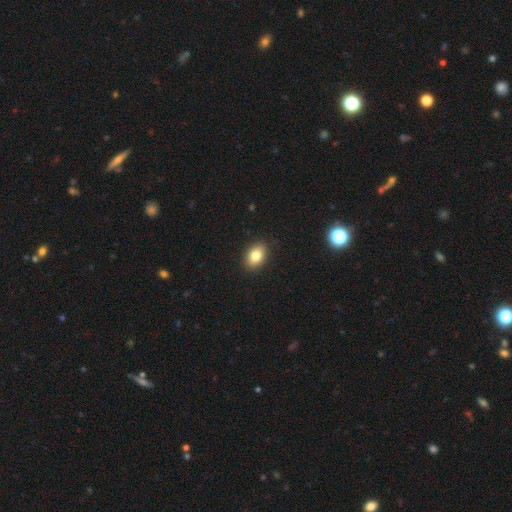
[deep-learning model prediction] Q: Smooth or featured?
A: smooth (82%); runner-up: featured or disk (9%)
Q: How rounded?
A: in between (81%); runner-up: round (18%)
Q: Merging?
A: none (89%); runner-up: minor disturbance (8%)